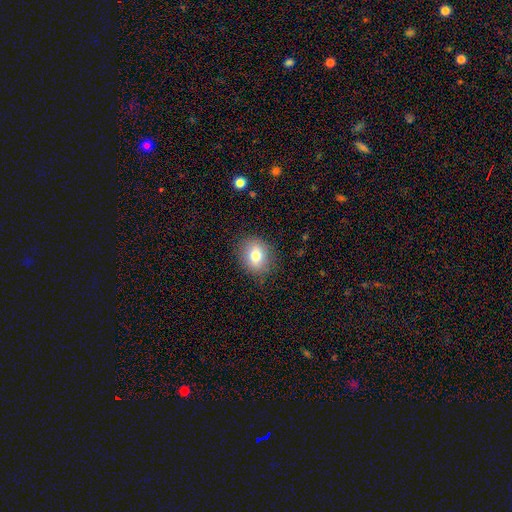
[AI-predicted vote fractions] smooth_or_featured: smooth (p=0.76) [alt: featured or disk p=0.13]
how_rounded: round (p=0.59) [alt: in between p=0.40]
merging: none (p=0.85) [alt: minor disturbance p=0.10]